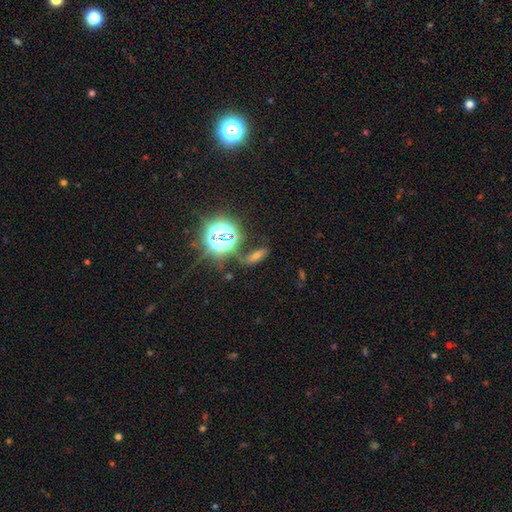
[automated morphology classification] Smooth or featured: star or artifact — 49% (smooth — 34%)